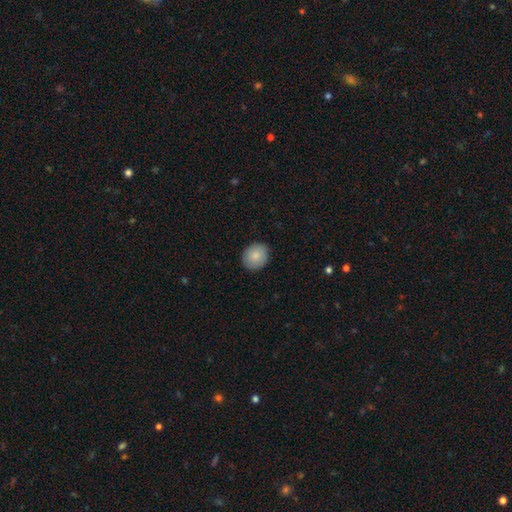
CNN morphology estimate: A smooth galaxy with no disk features (86%) that is round (72%).

Vote fractions:
- Smooth or featured? smooth: 86% / featured or disk: 7% / star or artifact: 7%
- How rounded? round: 72% / in between: 27% / cigar-shaped: 1%
- Merging? none: 89% / minor disturbance: 8% / major disturbance: 2% / merger: 1%